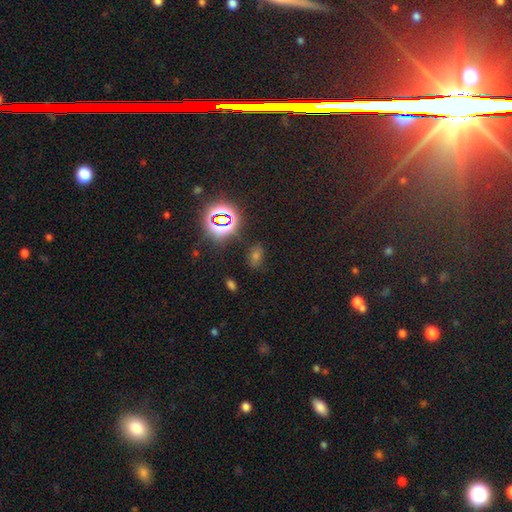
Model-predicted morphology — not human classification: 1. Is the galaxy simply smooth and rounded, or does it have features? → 51% star or artifact, 40% smooth, 10% featured or disk.